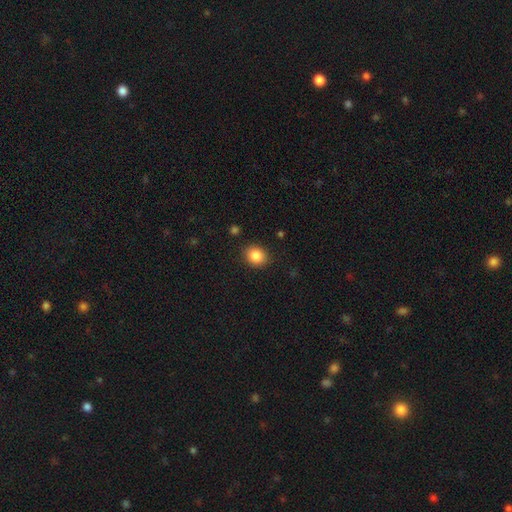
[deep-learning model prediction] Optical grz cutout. It shows a smooth galaxy with no disk features (86%) that is round (57%). Merging: none (88%).